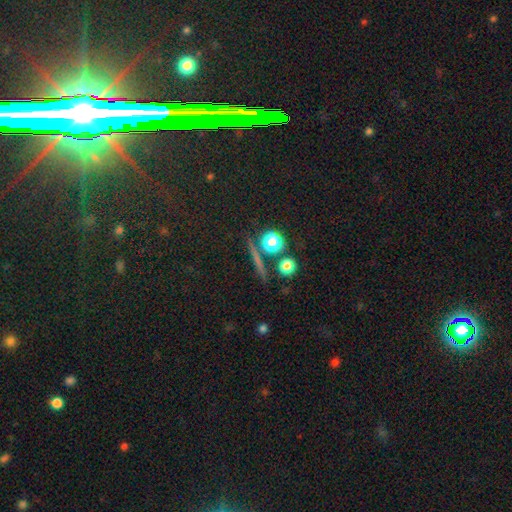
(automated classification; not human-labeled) Smooth or featured? Predicted: star or artifact (p=0.40).